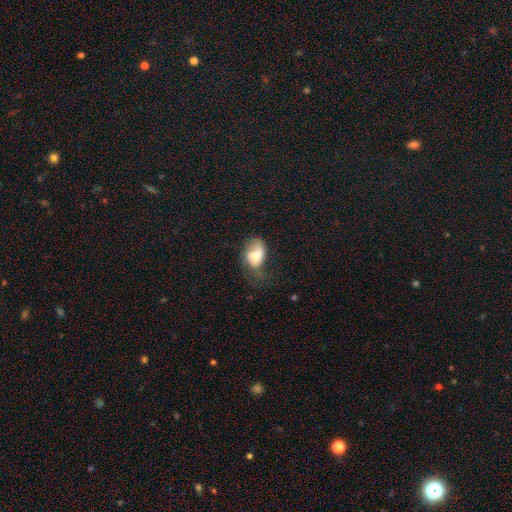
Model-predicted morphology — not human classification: smooth 64%, featured or disk 27%, star or artifact 9%. Down the decision tree: how rounded — in between (82%); merging — major disturbance (37%).